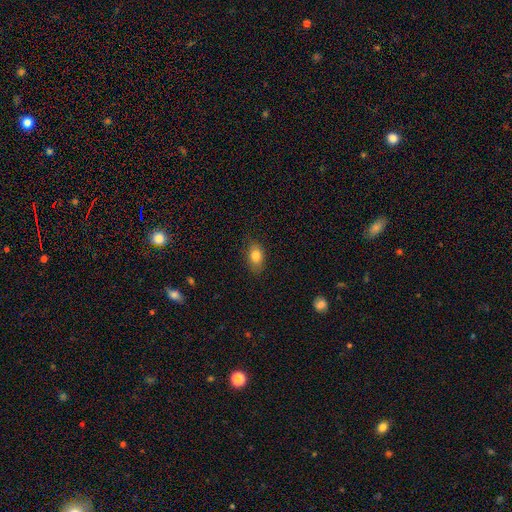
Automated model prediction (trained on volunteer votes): Q: Smooth or featured?
A: smooth (82%); runner-up: featured or disk (9%)
Q: How rounded?
A: in between (84%); runner-up: round (14%)
Q: Merging?
A: none (81%); runner-up: minor disturbance (15%)